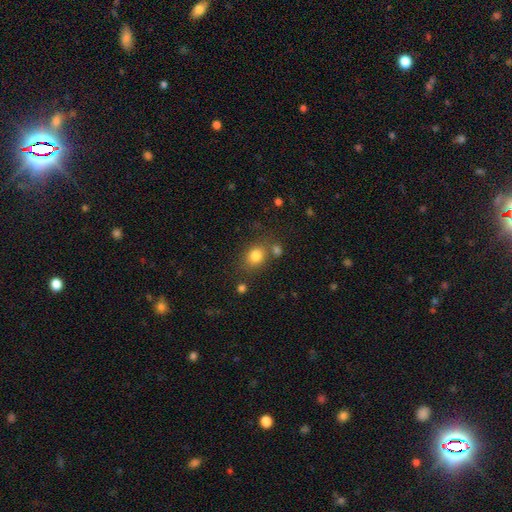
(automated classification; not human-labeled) Smooth or featured? Predicted: smooth (p=0.81). How rounded? Predicted: round (p=0.54). Merging? Predicted: none (p=0.68).